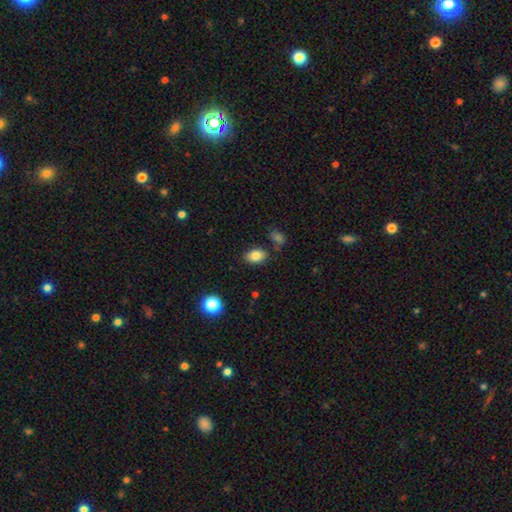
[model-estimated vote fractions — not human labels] smooth_or_featured: smooth (p=0.83) [alt: star or artifact p=0.09]
how_rounded: in between (p=0.80) [alt: round p=0.19]
merging: none (p=0.82) [alt: minor disturbance p=0.11]